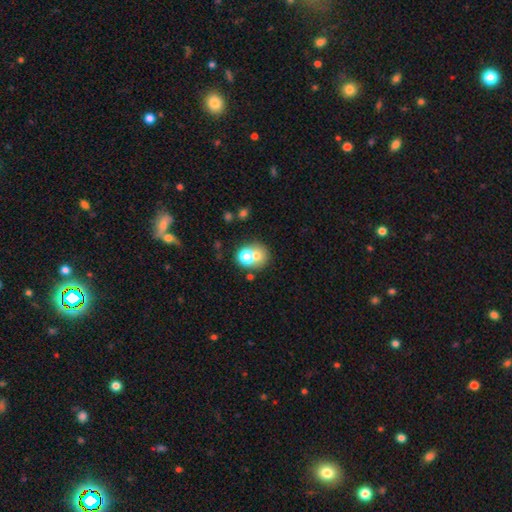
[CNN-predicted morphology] This appears to be a smooth galaxy with no disk features (67%) that is round (72%). Merging: merger (49%).